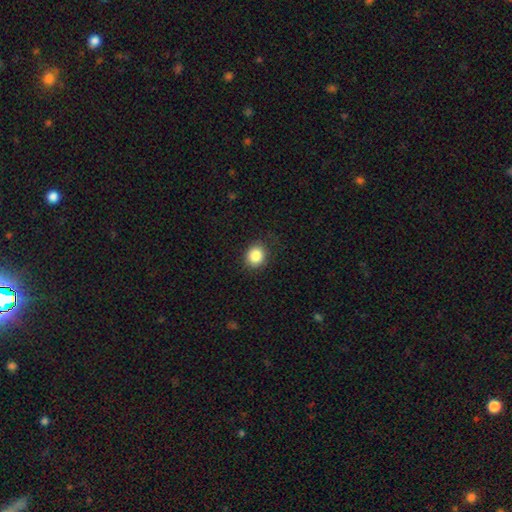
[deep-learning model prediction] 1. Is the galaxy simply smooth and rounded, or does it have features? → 86% smooth, 9% star or artifact, 5% featured or disk.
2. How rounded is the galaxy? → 74% round, 25% in between, 1% cigar-shaped.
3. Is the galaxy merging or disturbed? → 84% none, 11% minor disturbance, 4% major disturbance, 1% merger.